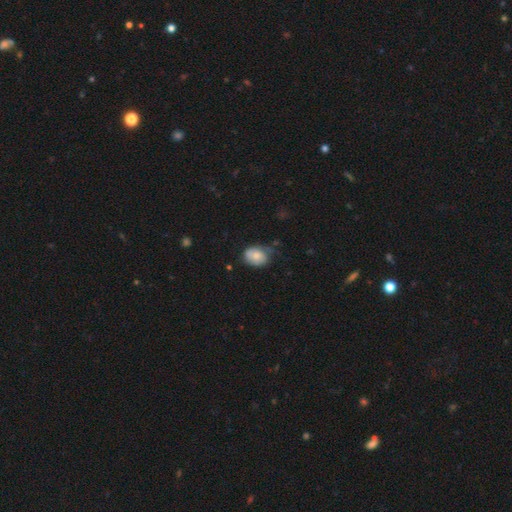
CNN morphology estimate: smooth 71%, featured or disk 21%, star or artifact 8%. Down the decision tree: how rounded — in between (67%); merging — none (54%).